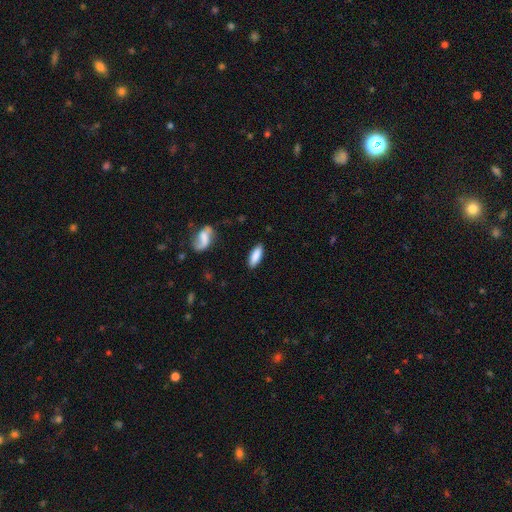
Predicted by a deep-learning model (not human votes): Smooth or featured?
  - smooth: 85% *
  - featured or disk: 10%
  - star or artifact: 6%
How rounded?
  - in between: 63% *
  - cigar-shaped: 35%
  - round: 2%
Merging?
  - none: 85% *
  - minor disturbance: 11%
  - major disturbance: 2%
  - merger: 2%